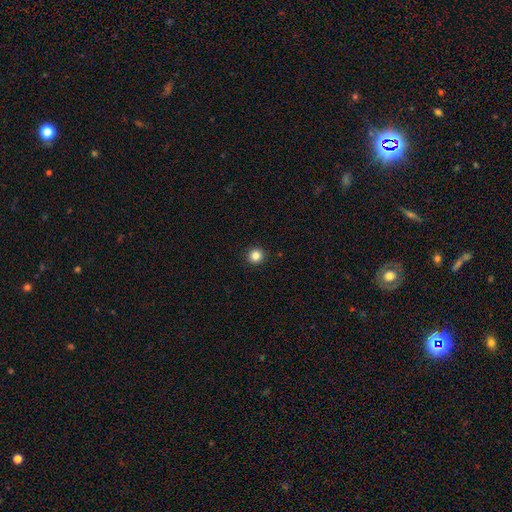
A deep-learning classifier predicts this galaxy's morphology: The model was most divided on "smooth or featured": smooth: 84%, star or artifact: 12%, featured or disk: 4%. More confident: how rounded — round (96%); merging — none (94%).